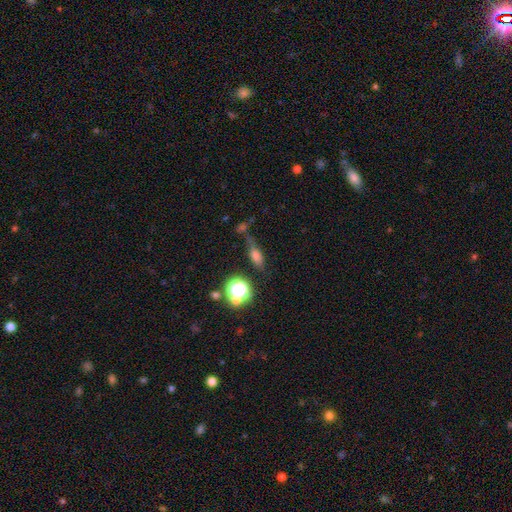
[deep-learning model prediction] A smooth galaxy with no disk features (61%) that is in between round and cigar-shaped (54%).

Vote fractions:
- Smooth or featured? smooth: 61% / star or artifact: 23% / featured or disk: 17%
- How rounded? in between: 54% / cigar-shaped: 27% / round: 19%
- Merging? none: 57% / minor disturbance: 21% / merger: 11% / major disturbance: 11%